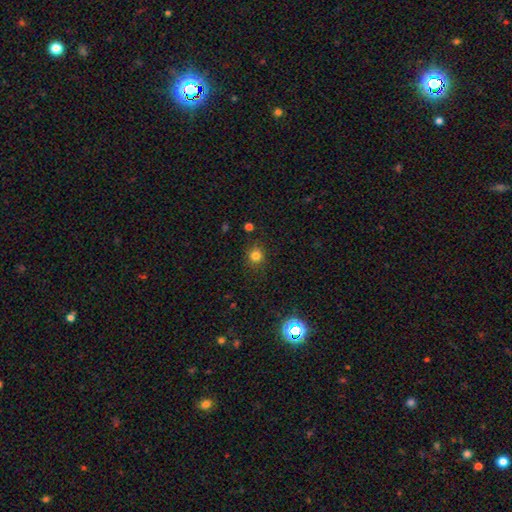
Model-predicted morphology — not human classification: The model was most divided on "smooth or featured": smooth: 80%, star or artifact: 15%, featured or disk: 5%. More confident: how rounded — round (89%); merging — none (86%).